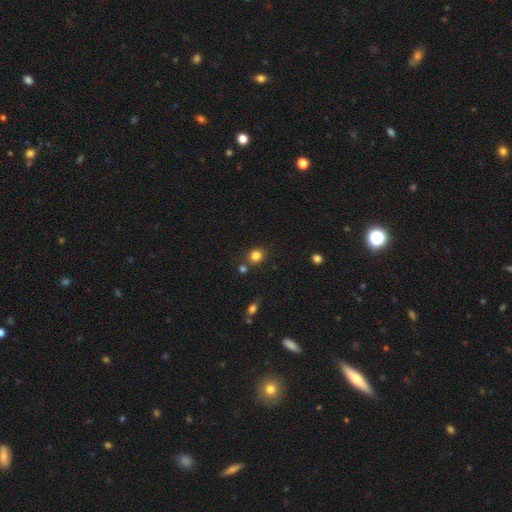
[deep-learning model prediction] smooth-or-featured: smooth: 82% | star or artifact: 12% | featured or disk: 6%
  how-rounded: round: 71% | in between: 28% | cigar-shaped: 1%
  merging: none: 76% | merger: 11% | minor disturbance: 10% | major disturbance: 3%